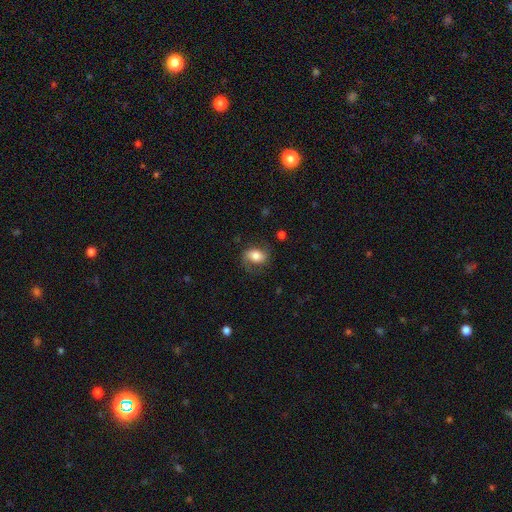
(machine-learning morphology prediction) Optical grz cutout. It shows a smooth galaxy with no disk features (56%) that is in between round and cigar-shaped (74%). Merging: none (62%).